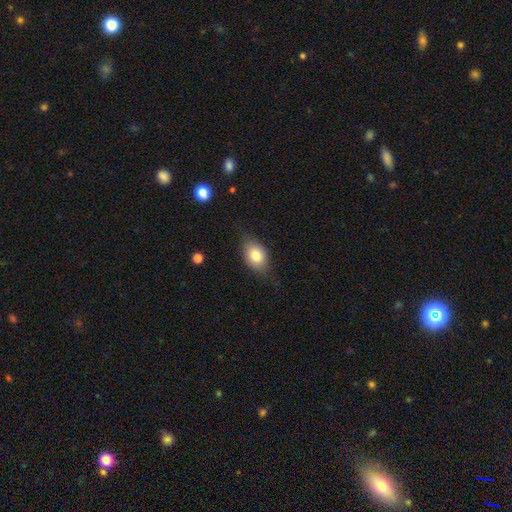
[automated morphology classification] The model was most divided on "merging": none: 71%, minor disturbance: 22%, major disturbance: 6%, merger: 1%. More confident: smooth or featured — smooth (78%); how rounded — in between (75%).